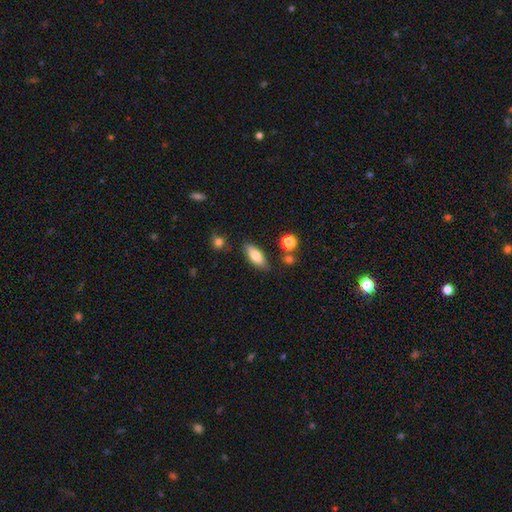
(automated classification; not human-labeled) smooth-or-featured: smooth: 76% | featured or disk: 16% | star or artifact: 7%
  how-rounded: in between: 77% | cigar-shaped: 20% | round: 3%
  merging: none: 80% | minor disturbance: 13% | merger: 4% | major disturbance: 3%